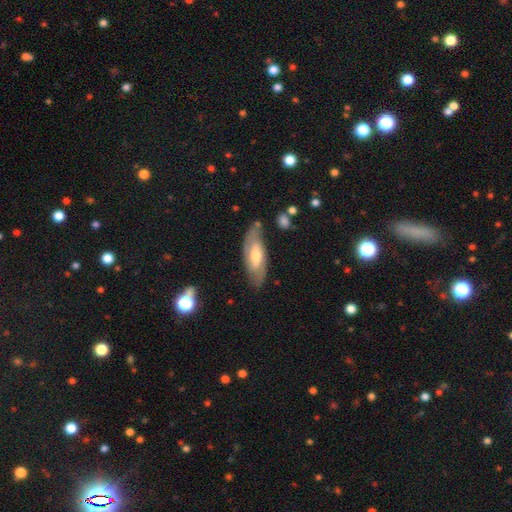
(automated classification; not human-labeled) featured or disk 62%, smooth 33%, star or artifact 6%. Down the decision tree: edge-on disk — no (81%); merging — none (77%).